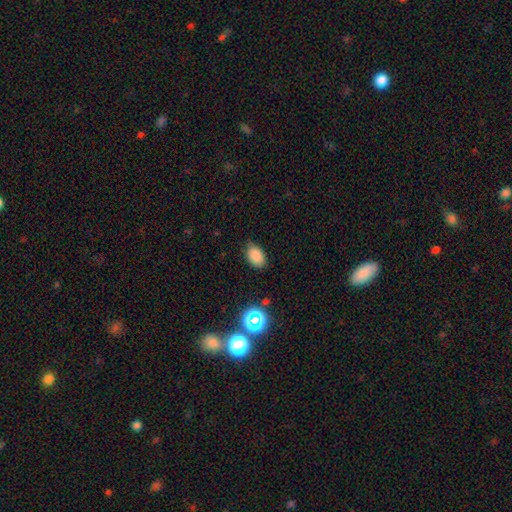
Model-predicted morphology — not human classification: Smooth or featured? Predicted: smooth (p=0.84). How rounded? Predicted: in between (p=0.84). Merging? Predicted: none (p=0.78).